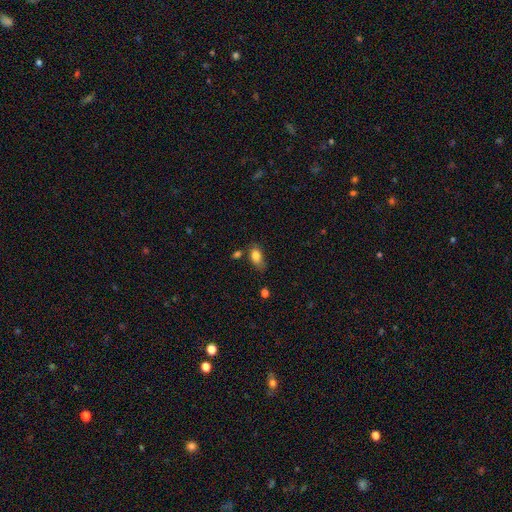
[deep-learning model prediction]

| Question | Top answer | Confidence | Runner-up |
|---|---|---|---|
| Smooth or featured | smooth | 82% | featured or disk (9%) |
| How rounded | in between | 88% | round (8%) |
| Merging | none | 64% | minor disturbance (23%) |